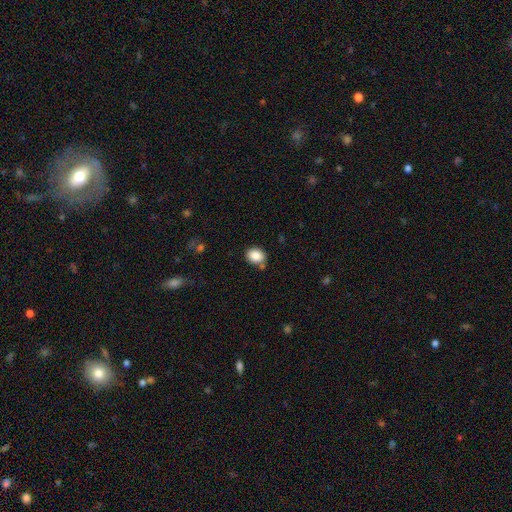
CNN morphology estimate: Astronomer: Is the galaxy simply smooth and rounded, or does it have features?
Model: smooth — 86%.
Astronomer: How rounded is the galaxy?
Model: round — 52% (runner-up: in between, 47%).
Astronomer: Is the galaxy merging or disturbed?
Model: none — 75%.